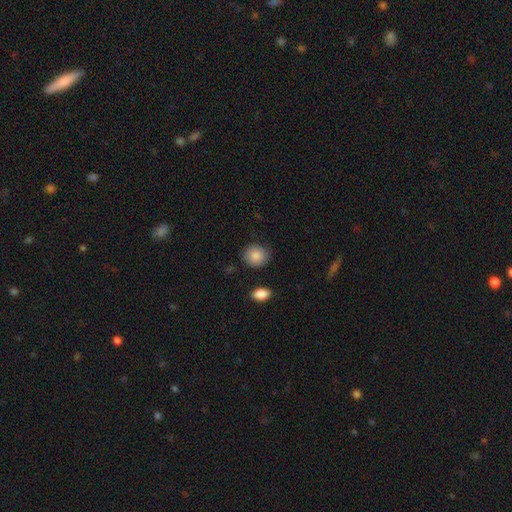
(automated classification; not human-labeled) A smooth galaxy with no disk features (87%) that is round (79%).

Vote fractions:
- Smooth or featured? smooth: 87% / star or artifact: 7% / featured or disk: 6%
- How rounded? round: 79% / in between: 20% / cigar-shaped: 1%
- Merging? none: 84% / minor disturbance: 11% / major disturbance: 3% / merger: 2%